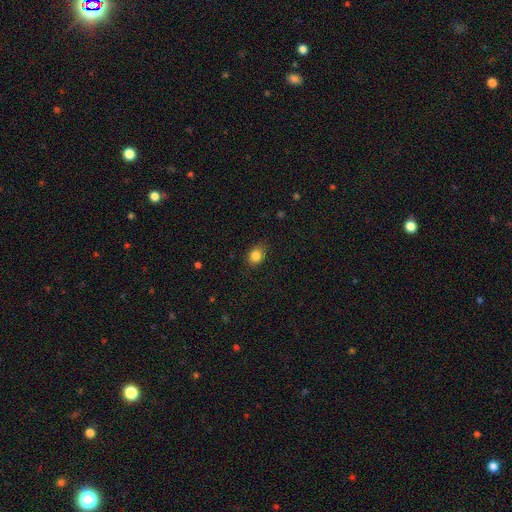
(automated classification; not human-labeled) smooth-or-featured: smooth: 84% | star or artifact: 10% | featured or disk: 6%
  how-rounded: in between: 54% | round: 45% | cigar-shaped: 1%
  merging: none: 84% | minor disturbance: 13% | major disturbance: 3% | merger: 1%